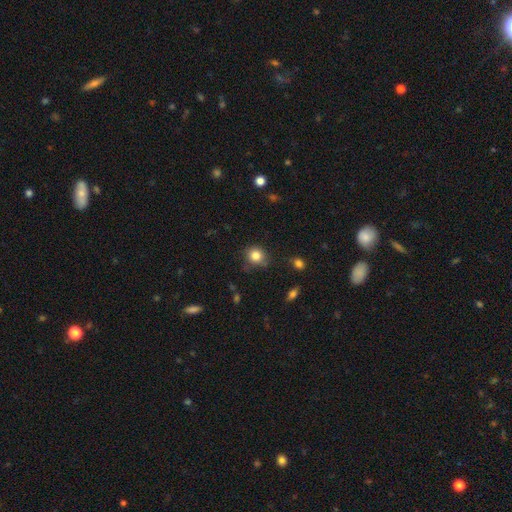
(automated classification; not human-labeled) Smooth or featured: smooth — 83% (star or artifact — 11%)
How rounded: round — 84% (in between — 15%)
Merging: none — 76% (minor disturbance — 17%)